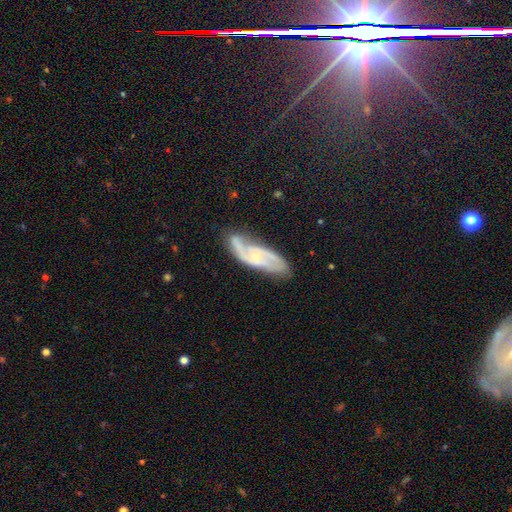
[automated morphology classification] Q: Smooth or featured?
A: featured or disk (82%); runner-up: smooth (11%)
Q: Edge-on disk?
A: no (89%); runner-up: yes (11%)
Q: Bar?
A: no (57%); runner-up: weak (33%)
Q: Spiral arms?
A: yes (95%); runner-up: no (5%)
Q: Spiral winding?
A: medium (46%); runner-up: tight (36%)
Q: Spiral arm count?
A: 2 (67%); runner-up: can't tell (14%)
Q: Bulge size?
A: small (71%); runner-up: moderate (26%)
Q: Merging?
A: none (68%); runner-up: minor disturbance (23%)